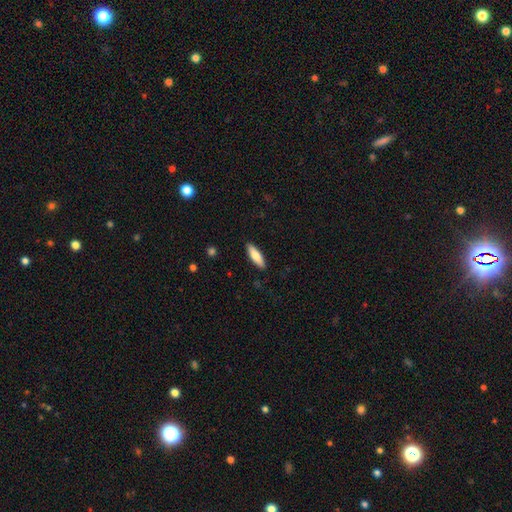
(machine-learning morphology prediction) This appears to be a smooth galaxy with no disk features (73%) that is cigar-shaped (55%). Merging: none (89%).